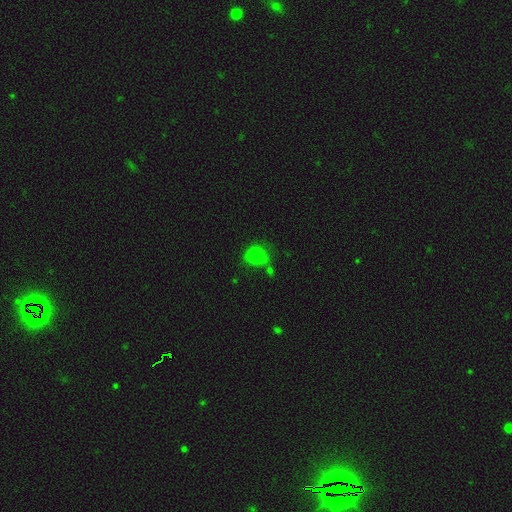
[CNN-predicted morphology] Smooth or featured: smooth — 67% (star or artifact — 20%)
How rounded: in between — 50% (round — 48%)
Merging: none — 45% (minor disturbance — 24%)